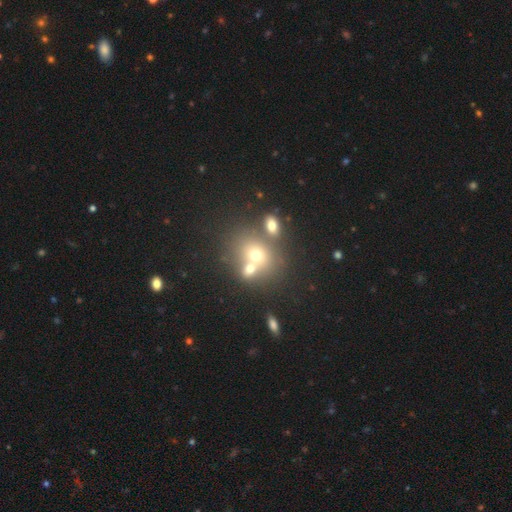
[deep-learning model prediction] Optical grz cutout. It shows a smooth galaxy with no disk features (61%) that is round (62%). Merging: merger (53%).